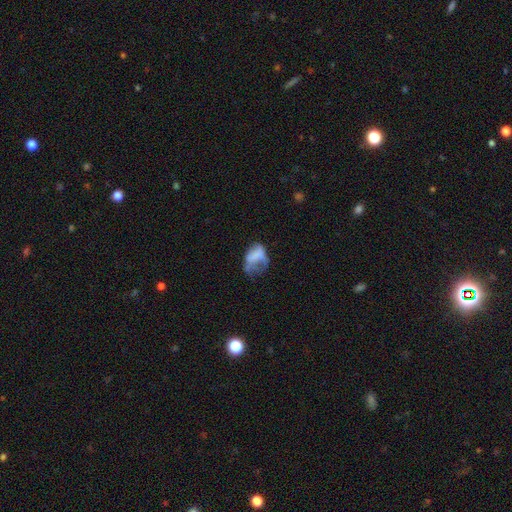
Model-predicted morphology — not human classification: This appears to be a smooth galaxy with no disk features (54%) that is in between round and cigar-shaped (78%). Merging: major disturbance (45%).